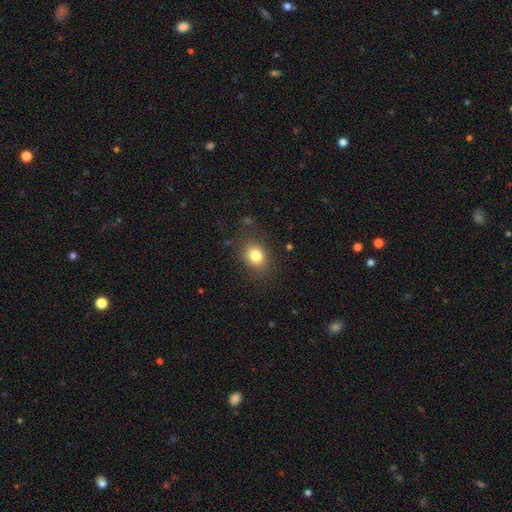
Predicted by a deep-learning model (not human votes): smooth-or-featured: smooth: 81% | star or artifact: 11% | featured or disk: 8%
  how-rounded: round: 56% | in between: 43% | cigar-shaped: 1%
  merging: none: 83% | minor disturbance: 11% | major disturbance: 4% | merger: 1%